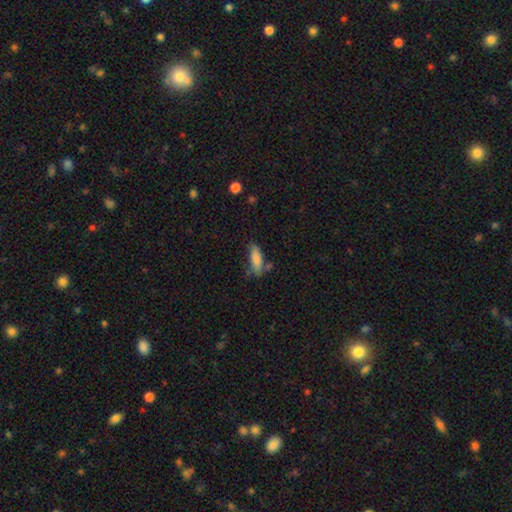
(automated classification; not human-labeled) Smooth or featured: smooth — 79% (featured or disk — 13%)
How rounded: cigar-shaped — 49% (tied with in between — 49%)
Merging: none — 59% (minor disturbance — 25%)